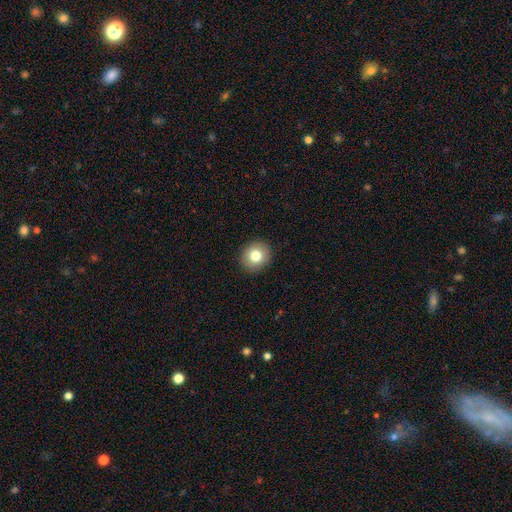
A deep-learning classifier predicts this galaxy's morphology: Smooth or featured? smooth (80%)
How rounded? round (85%)
Merging? none (91%)